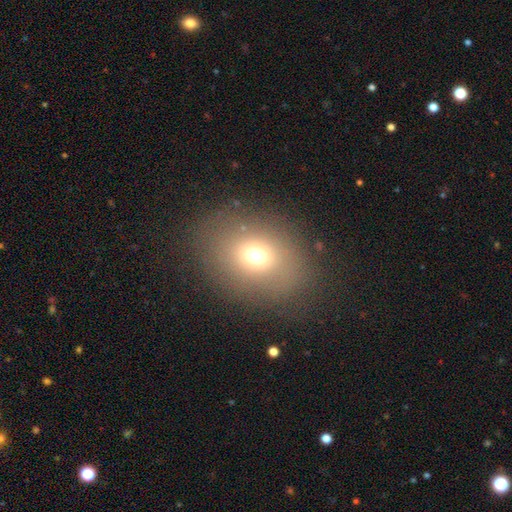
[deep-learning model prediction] Overall: smooth (67%). How rounded: in between (52%; round 47%). Merging: none (80%).